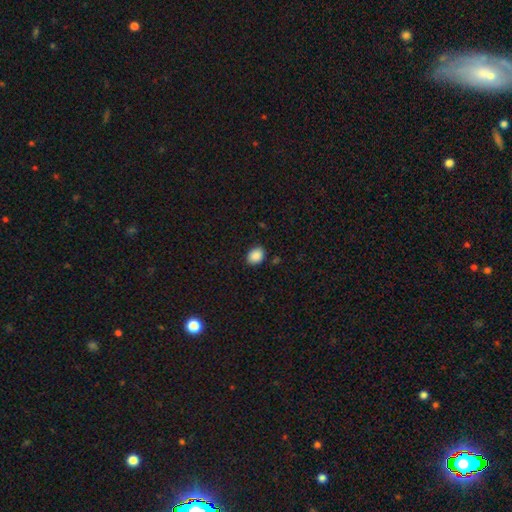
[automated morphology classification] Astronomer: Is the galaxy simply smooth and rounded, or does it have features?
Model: smooth — 89%.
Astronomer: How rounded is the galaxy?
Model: in between — 58% (runner-up: round, 41%).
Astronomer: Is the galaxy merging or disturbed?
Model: none — 86%.